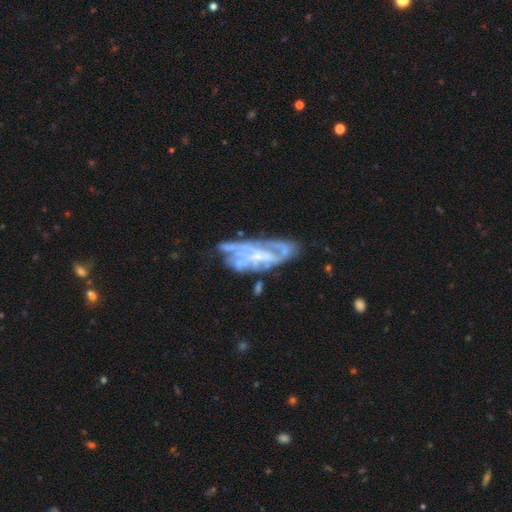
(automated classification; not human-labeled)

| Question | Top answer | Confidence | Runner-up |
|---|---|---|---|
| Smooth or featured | featured or disk | 76% | smooth (15%) |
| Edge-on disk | no | 88% | yes (12%) |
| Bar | no | 58% | weak (29%) |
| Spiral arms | yes | 61% | no (39%) |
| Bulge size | small | 42% | none (31%) |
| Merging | none | 45% | minor disturbance (24%) |